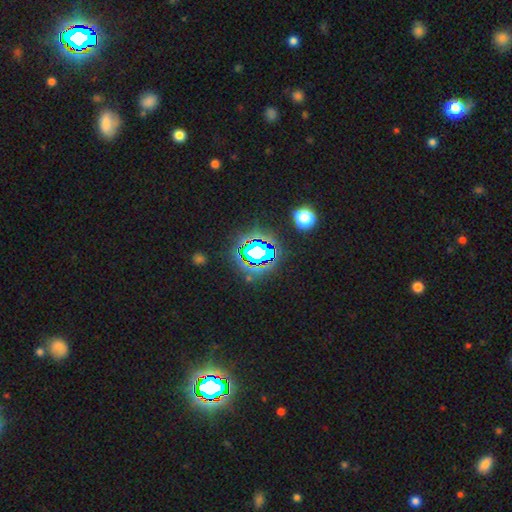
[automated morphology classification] This appears to be a star or artifact, not a galaxy (70%).